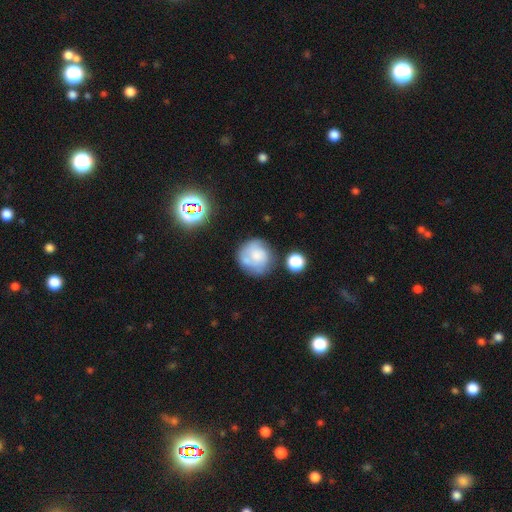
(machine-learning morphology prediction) type=smooth (52%); roundness=round (89%); merging=none (62%).